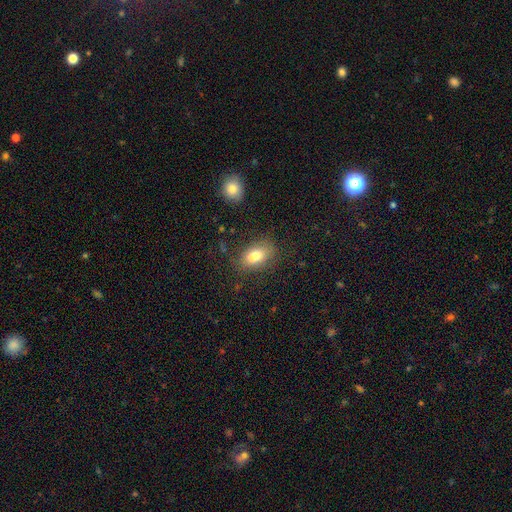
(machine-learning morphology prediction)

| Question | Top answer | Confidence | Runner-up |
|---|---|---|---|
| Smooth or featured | smooth | 76% | featured or disk (15%) |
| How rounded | in between | 85% | round (11%) |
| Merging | none | 57% | merger (19%) |